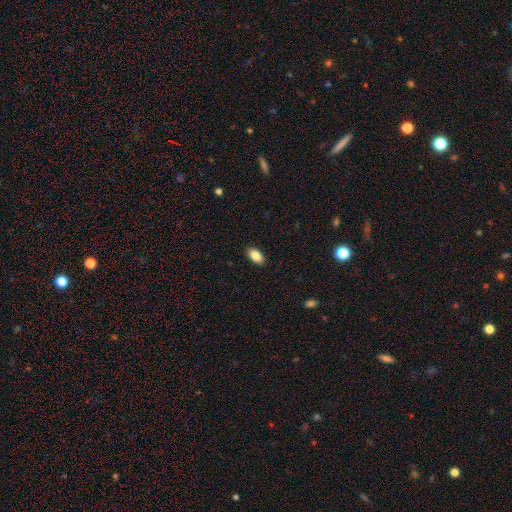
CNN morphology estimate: smooth 87%, star or artifact 7%, featured or disk 6%. Down the decision tree: how rounded — in between (92%); merging — none (89%).